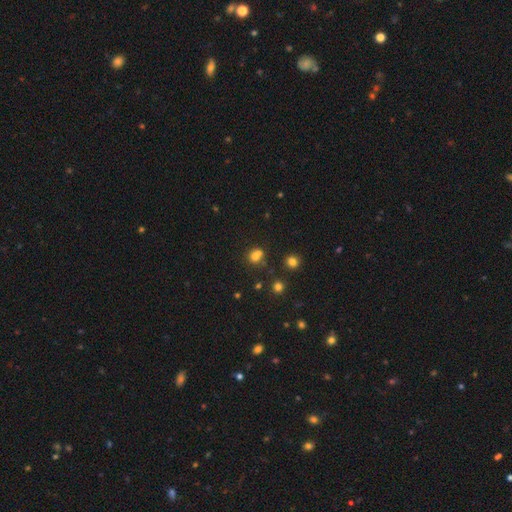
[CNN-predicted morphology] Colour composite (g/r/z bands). It shows a smooth galaxy with no disk features (71%) that is round (73%). Merging: none (46%).